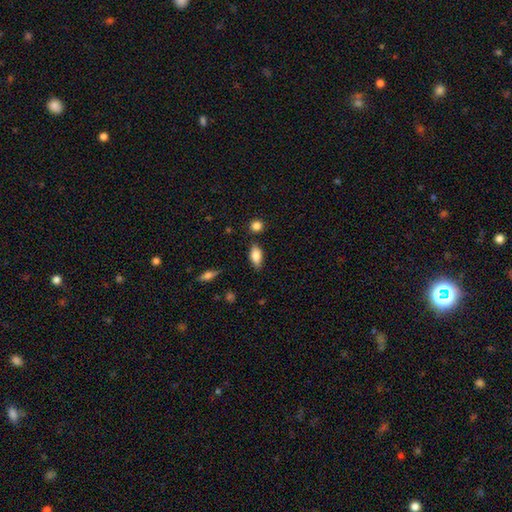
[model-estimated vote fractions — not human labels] Smooth or featured?
  - smooth: 80% *
  - featured or disk: 13%
  - star or artifact: 7%
How rounded?
  - in between: 85% *
  - cigar-shaped: 11%
  - round: 4%
Merging?
  - none: 79% *
  - minor disturbance: 14%
  - merger: 4%
  - major disturbance: 3%